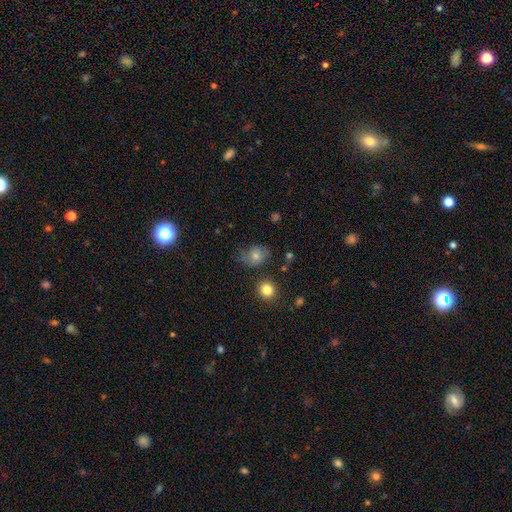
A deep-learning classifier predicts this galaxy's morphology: The model was most divided on "how rounded": round: 54%, in between: 45%, cigar-shaped: 1%. More confident: smooth or featured — smooth (56%); merging — none (56%).